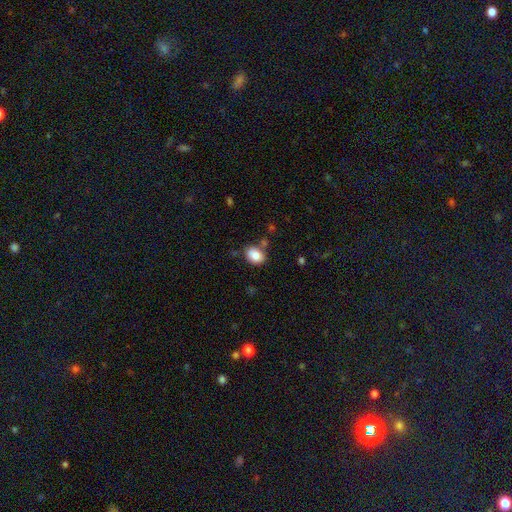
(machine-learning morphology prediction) Smooth or featured? smooth (82%)
How rounded? in between (63%)
Merging? none (72%)